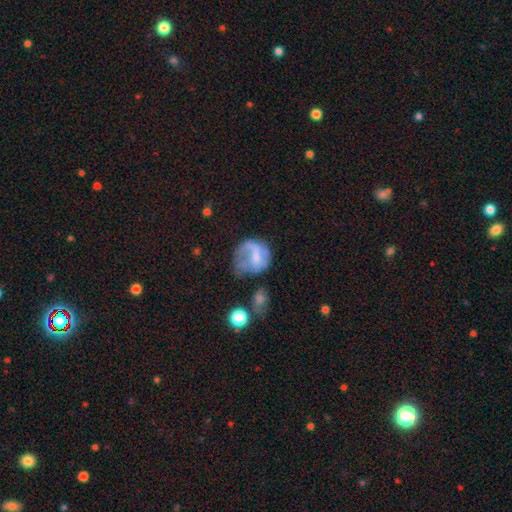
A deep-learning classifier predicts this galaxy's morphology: This is possibly a featured or disk galaxy (47%). Merging: marginally major disturbance (35%).